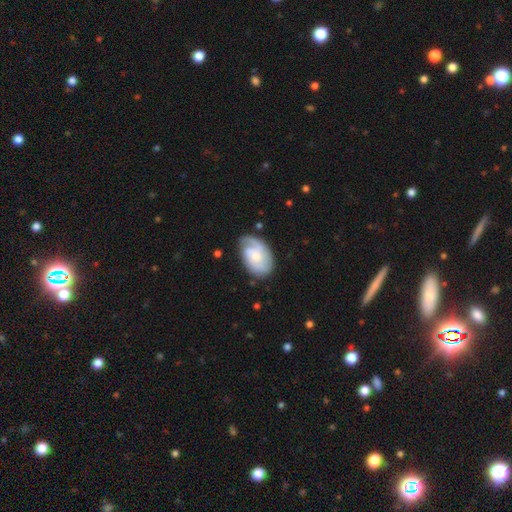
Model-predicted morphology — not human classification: A featured or disk galaxy (64%) with no bar (70%), 2 (35%) tight (42%) spiral arms (87%) and a small central bulge (45%, tied with moderate). Merging: none (65%).